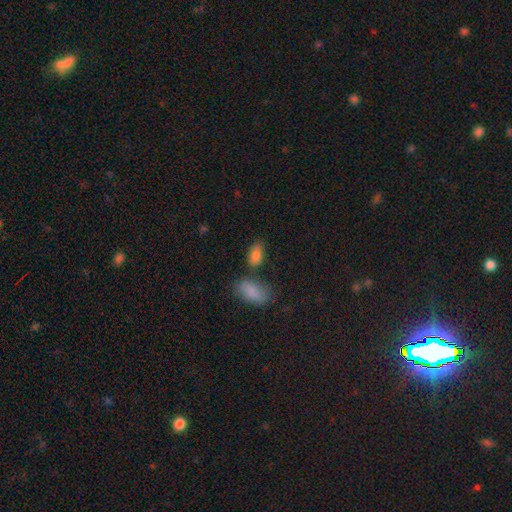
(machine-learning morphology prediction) A smooth galaxy with no disk features (85%) that is in between round and cigar-shaped (92%). Merging: none (65%).